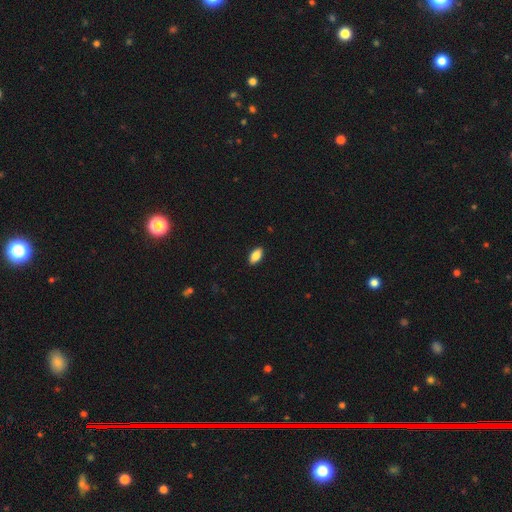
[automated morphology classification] Smooth or featured?
  - smooth: 86% *
  - star or artifact: 7%
  - featured or disk: 7%
How rounded?
  - in between: 92% *
  - cigar-shaped: 5%
  - round: 3%
Merging?
  - none: 90% *
  - minor disturbance: 8%
  - major disturbance: 2%
  - merger: 1%